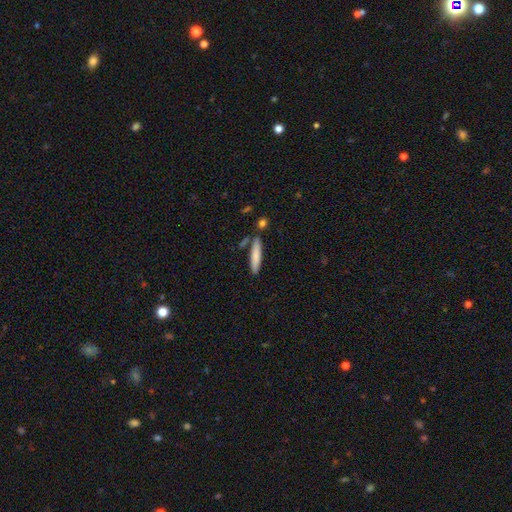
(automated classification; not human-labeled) Morphology: type=smooth (79%); roundness=cigar-shaped (87%); merging=none (83%).